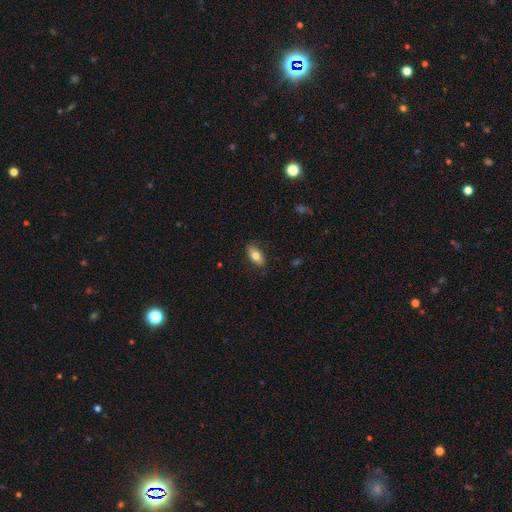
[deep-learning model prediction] Q: Smooth or featured?
A: smooth (76%); runner-up: featured or disk (17%)
Q: How rounded?
A: in between (90%); runner-up: cigar-shaped (5%)
Q: Merging?
A: none (85%); runner-up: minor disturbance (12%)